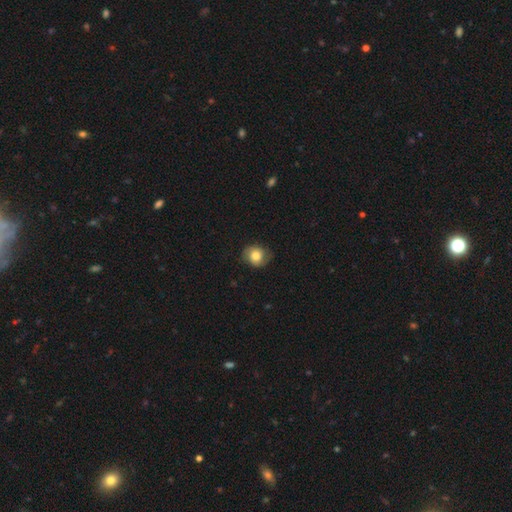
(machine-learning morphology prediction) smooth_or_featured: smooth (p=0.71) [alt: featured or disk p=0.21]
how_rounded: round (p=0.63) [alt: in between p=0.36]
merging: none (p=0.74) [alt: minor disturbance p=0.20]